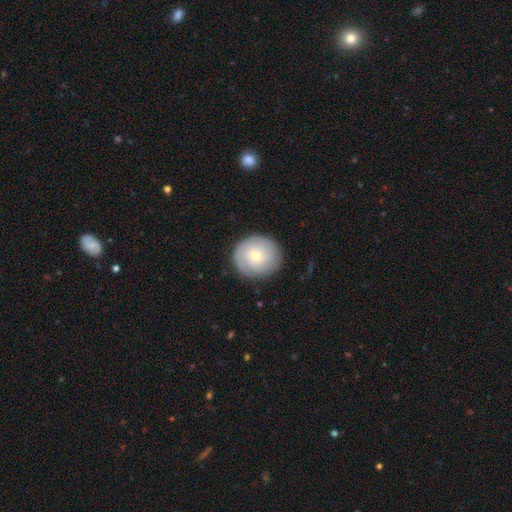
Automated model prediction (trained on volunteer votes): smooth-or-featured: smooth: 58% | featured or disk: 35% | star or artifact: 7%
  how-rounded: round: 92% | in between: 7% | cigar-shaped: 1%
  merging: none: 85% | minor disturbance: 10% | major disturbance: 3% | merger: 1%